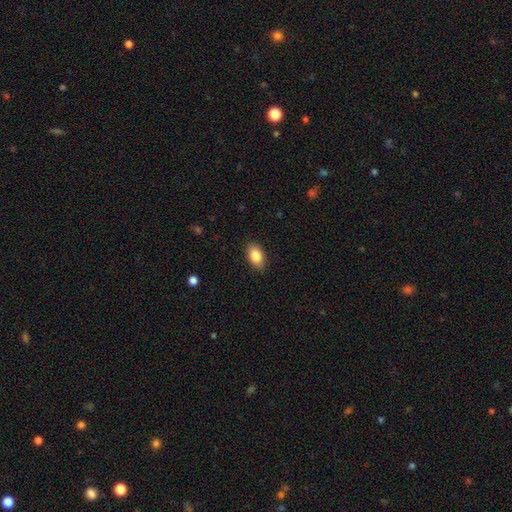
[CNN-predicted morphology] The model was most divided on "merging": none: 87%, minor disturbance: 10%, major disturbance: 2%, merger: 1%. More confident: how rounded — in between (91%); smooth or featured — smooth (86%).